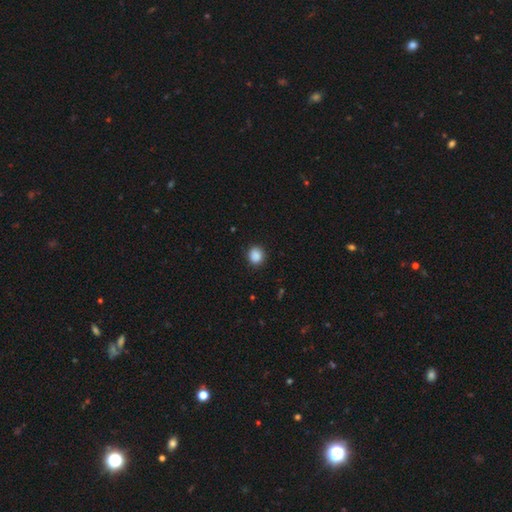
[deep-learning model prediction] A smooth galaxy with no disk features (88%) that is round (81%). Merging: none (88%).